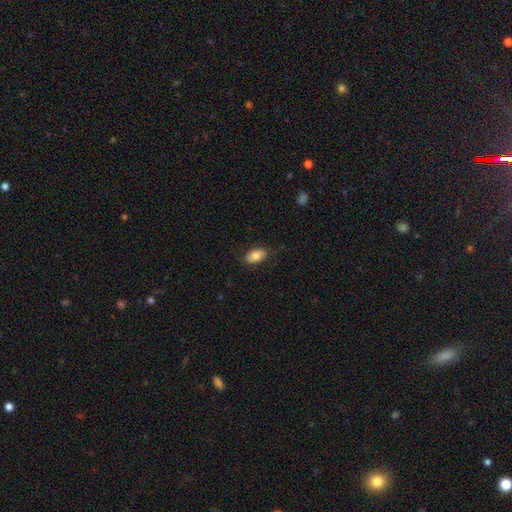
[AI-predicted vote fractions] Smooth or featured: smooth — 80% (featured or disk — 13%)
How rounded: in between — 92% (round — 6%)
Merging: none — 80% (minor disturbance — 15%)